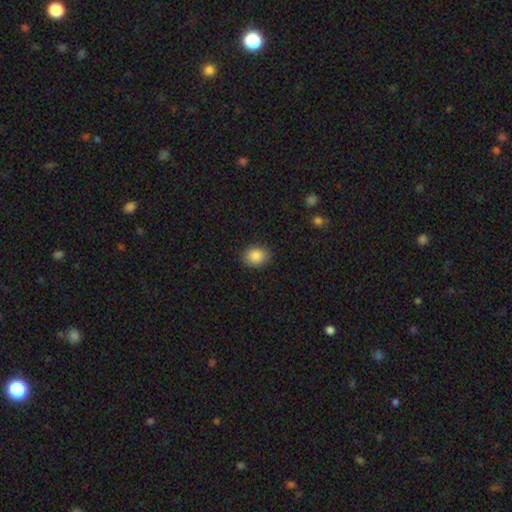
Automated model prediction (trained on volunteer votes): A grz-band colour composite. It shows a smooth galaxy with no disk features (88%) that is in between round and cigar-shaped (59%). Merging: none (87%).